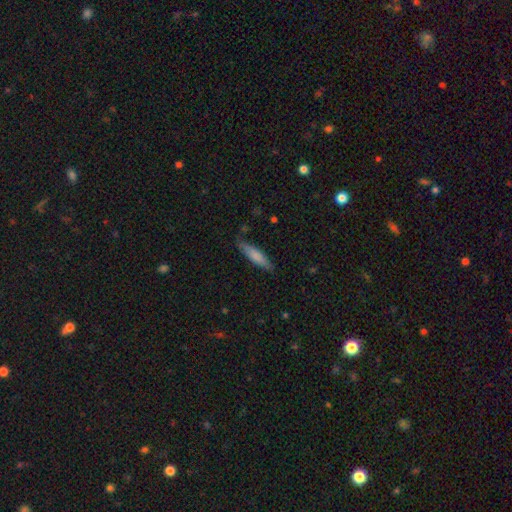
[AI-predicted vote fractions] A smooth galaxy with no disk features (77%) that is cigar-shaped (75%). Merging: none (81%).